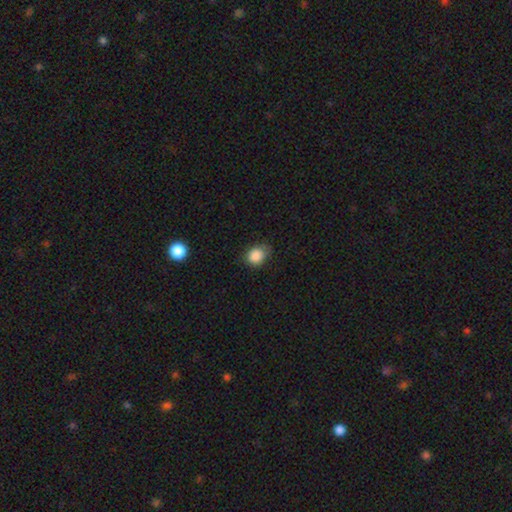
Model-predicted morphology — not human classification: smooth-or-featured: smooth: 87% | star or artifact: 10% | featured or disk: 4%
  how-rounded: round: 63% | in between: 36% | cigar-shaped: 1%
  merging: none: 70% | minor disturbance: 24% | major disturbance: 5% | merger: 1%